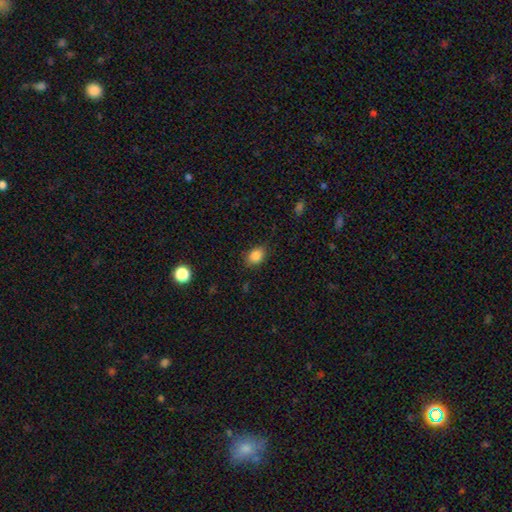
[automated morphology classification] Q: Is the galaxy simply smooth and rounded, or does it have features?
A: smooth — 85%.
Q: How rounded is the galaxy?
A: in between — 68%.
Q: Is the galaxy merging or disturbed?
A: none — 85%.